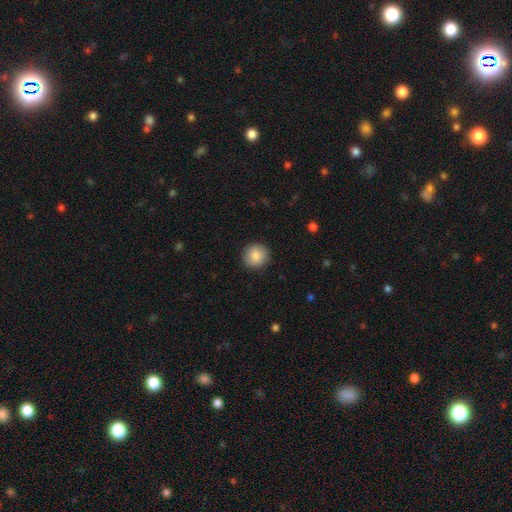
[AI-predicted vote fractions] This is clearly a smooth galaxy (87%). How rounded: clearly round (92%). Merging: clearly none (91%).